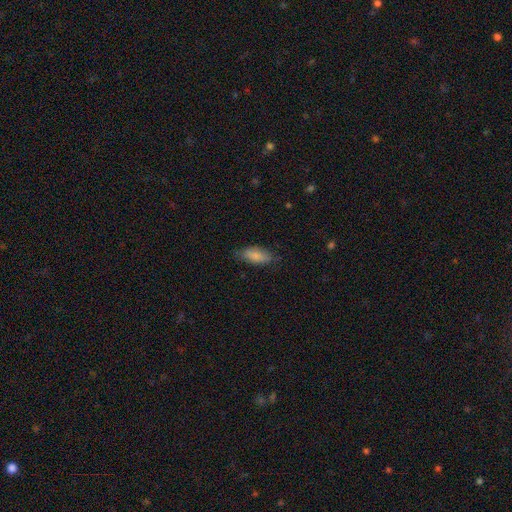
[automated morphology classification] This is clearly a smooth galaxy (83%). How rounded: clearly in between (82%). Merging: likely none (73%).